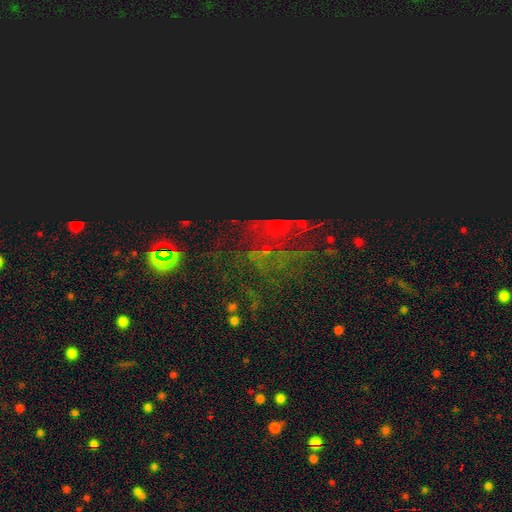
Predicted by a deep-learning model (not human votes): The model was most divided on "smooth or featured": star or artifact: 55%, featured or disk: 29%, smooth: 16%.